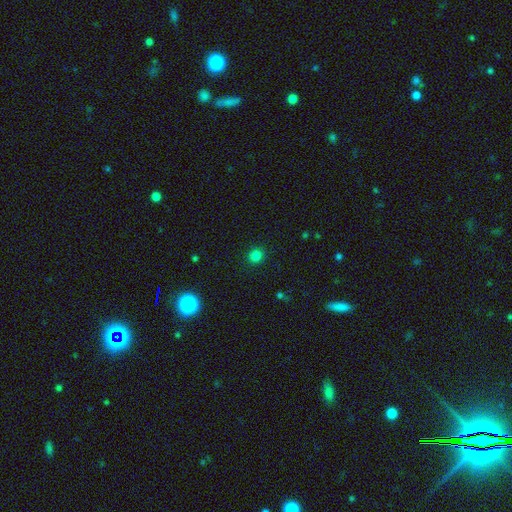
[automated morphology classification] Smooth or featured?
  - smooth: 81% *
  - star or artifact: 15%
  - featured or disk: 4%
How rounded?
  - round: 88% *
  - in between: 11%
  - cigar-shaped: 1%
Merging?
  - none: 91% *
  - minor disturbance: 6%
  - major disturbance: 2%
  - merger: 1%